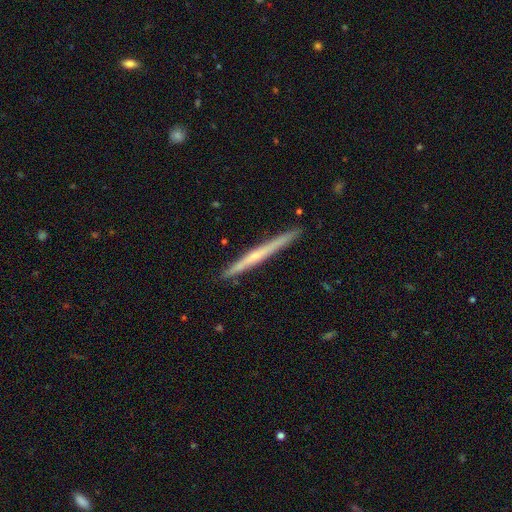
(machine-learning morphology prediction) Smooth or featured?
  - featured or disk: 61% *
  - smooth: 33%
  - star or artifact: 5%
Edge-on disk?
  - yes: 98% *
  - no: 2%
Edge-on bulge?
  - none: 58% *
  - rounded: 37%
  - boxy: 5%
Merging?
  - none: 90% *
  - minor disturbance: 7%
  - major disturbance: 1%
  - merger: 1%